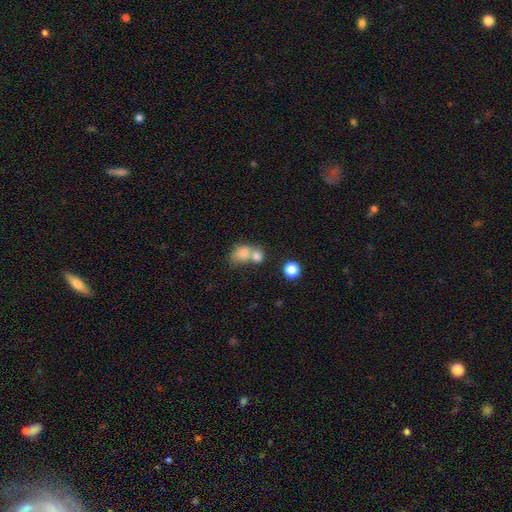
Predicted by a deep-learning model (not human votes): smooth_or_featured: smooth (p=0.77) [alt: featured or disk p=0.13]
how_rounded: in between (p=0.54) [alt: round p=0.45]
merging: merger (p=0.63) [alt: none p=0.23]